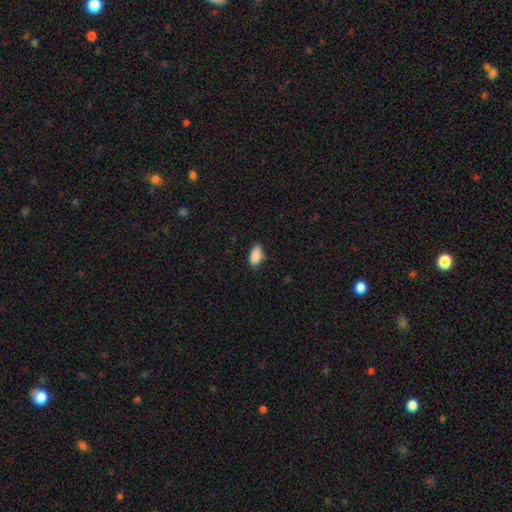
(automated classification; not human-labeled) Smooth or featured: smooth — 89% (star or artifact — 7%)
How rounded: in between — 91% (cigar-shaped — 6%)
Merging: none — 81% (minor disturbance — 15%)